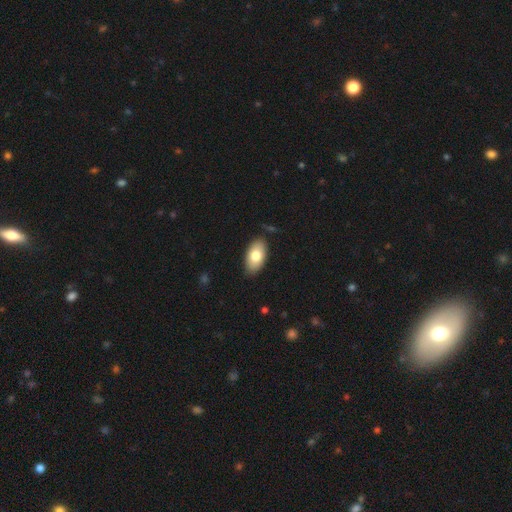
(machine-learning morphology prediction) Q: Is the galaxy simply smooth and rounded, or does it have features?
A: smooth — 76%.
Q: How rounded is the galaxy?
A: in between — 94%.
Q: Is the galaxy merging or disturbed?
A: none — 84%.